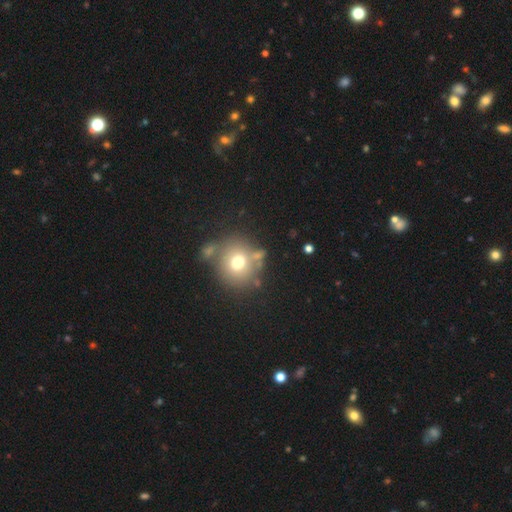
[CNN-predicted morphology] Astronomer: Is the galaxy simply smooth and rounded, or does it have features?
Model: smooth — 66%.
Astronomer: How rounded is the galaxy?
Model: round — 88%.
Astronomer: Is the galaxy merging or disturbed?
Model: none — 68%.